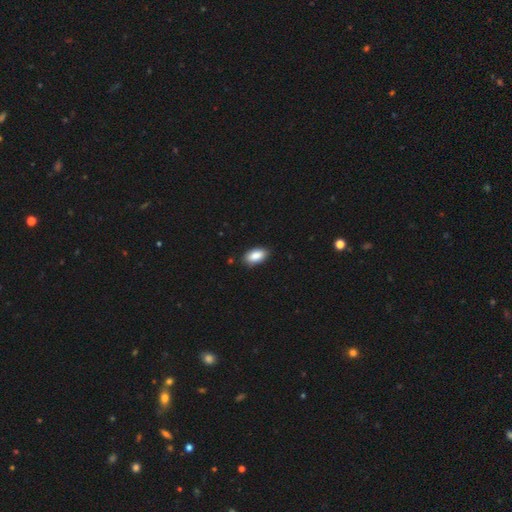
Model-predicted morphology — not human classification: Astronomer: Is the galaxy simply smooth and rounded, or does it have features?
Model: smooth — 89%.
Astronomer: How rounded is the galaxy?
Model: in between — 94%.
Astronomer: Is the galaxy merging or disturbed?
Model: none — 86%.